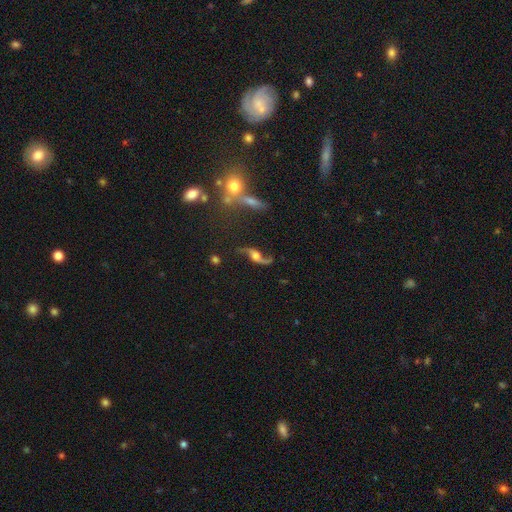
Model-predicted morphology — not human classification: Overall: featured or disk (87%). Edge-on disk: no (91%). Bar: no (63%; weak 28%). Spiral arms: yes (96%). Spiral arm count: 2 (94%). Spiral winding: loose (91%). Bulge size: moderate (42%; large 32%). Merging: none (76%).